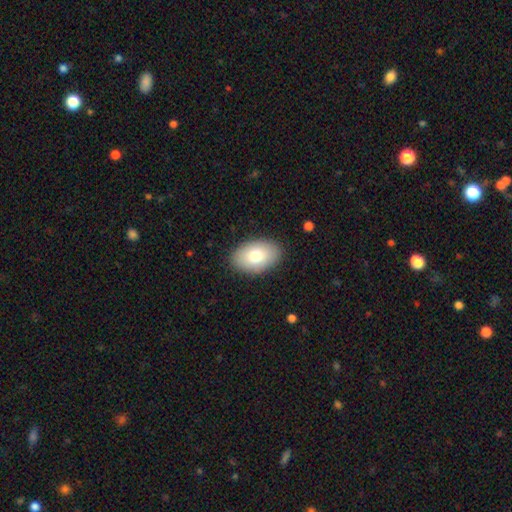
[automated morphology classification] Smooth or featured? smooth (77%)
How rounded? in between (91%)
Merging? none (88%)